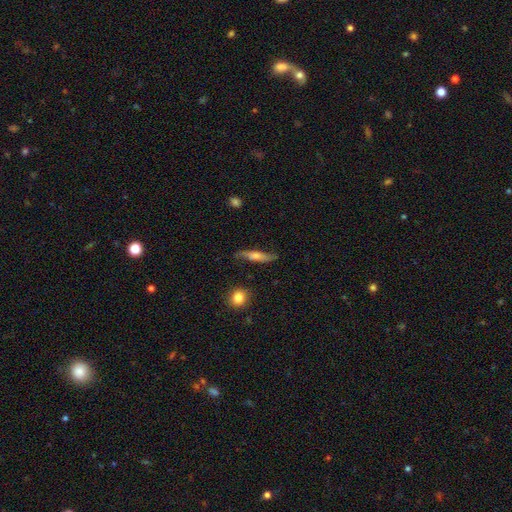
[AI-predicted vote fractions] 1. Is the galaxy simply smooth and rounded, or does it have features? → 50% featured or disk, 43% smooth, 7% star or artifact.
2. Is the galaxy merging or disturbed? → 74% none, 19% minor disturbance, 5% major disturbance, 2% merger.